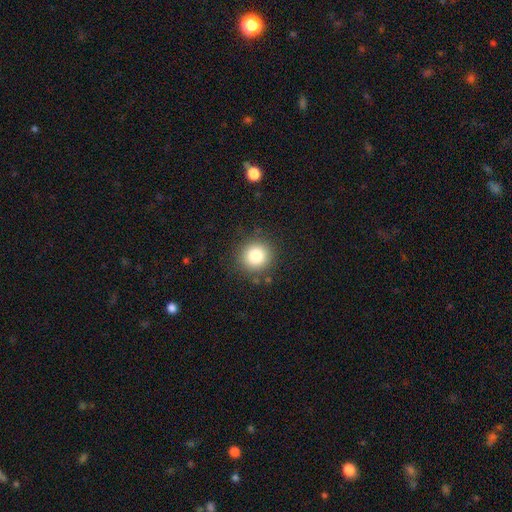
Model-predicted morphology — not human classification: Smooth or featured?
  - smooth: 81% *
  - star or artifact: 12%
  - featured or disk: 8%
How rounded?
  - round: 93% *
  - in between: 6%
  - cigar-shaped: 1%
Merging?
  - none: 88% *
  - minor disturbance: 8%
  - major disturbance: 3%
  - merger: 2%